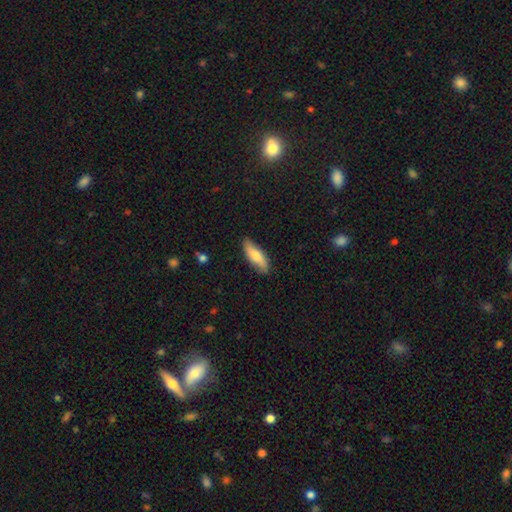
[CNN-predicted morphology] A smooth galaxy with no disk features (70%) that is in between round and cigar-shaped (54%). Merging: none (85%).